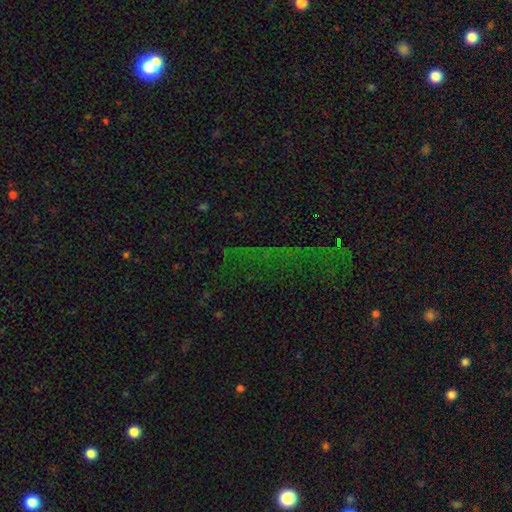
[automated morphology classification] This appears to be a star or artifact, not a galaxy (69%).